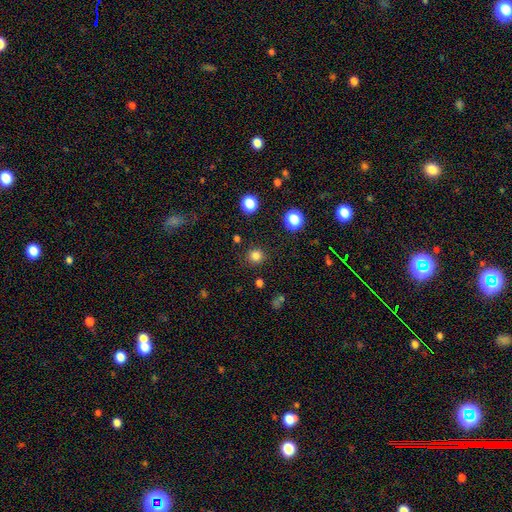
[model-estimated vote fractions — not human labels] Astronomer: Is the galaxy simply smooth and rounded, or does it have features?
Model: smooth — 81%.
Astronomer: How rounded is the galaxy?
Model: round — 92%.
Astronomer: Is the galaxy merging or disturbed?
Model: none — 88%.